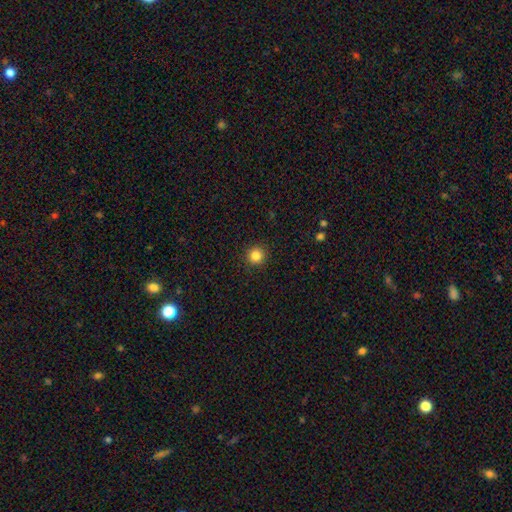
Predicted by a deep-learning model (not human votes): Q: Smooth or featured?
A: smooth (84%); runner-up: star or artifact (12%)
Q: How rounded?
A: round (95%); runner-up: in between (4%)
Q: Merging?
A: none (92%); runner-up: minor disturbance (5%)